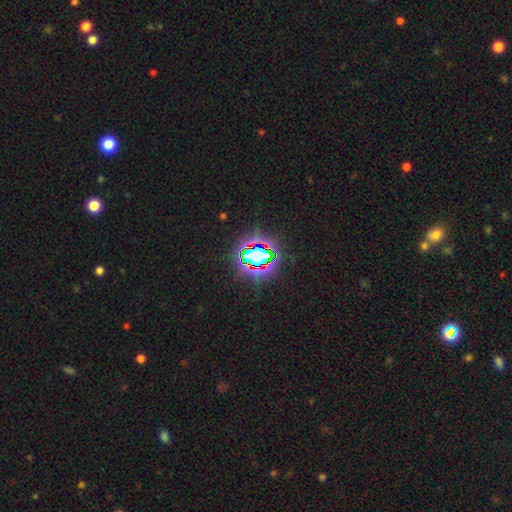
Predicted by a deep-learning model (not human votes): This appears to be a star or artifact, not a galaxy (71%).